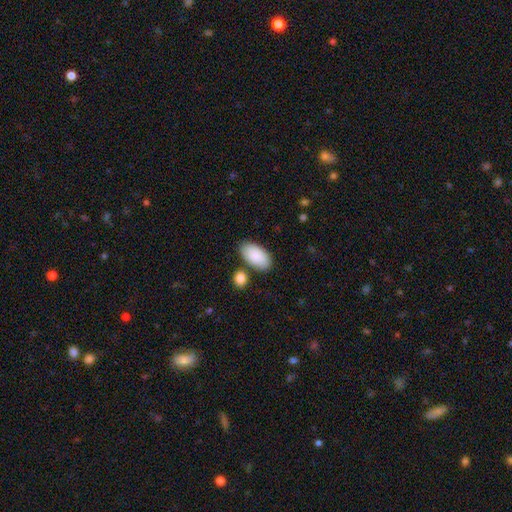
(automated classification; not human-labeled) Smooth or featured?
  - smooth: 87% *
  - featured or disk: 7%
  - star or artifact: 6%
How rounded?
  - in between: 95% *
  - round: 3%
  - cigar-shaped: 2%
Merging?
  - none: 75% *
  - minor disturbance: 12%
  - merger: 9%
  - major disturbance: 3%